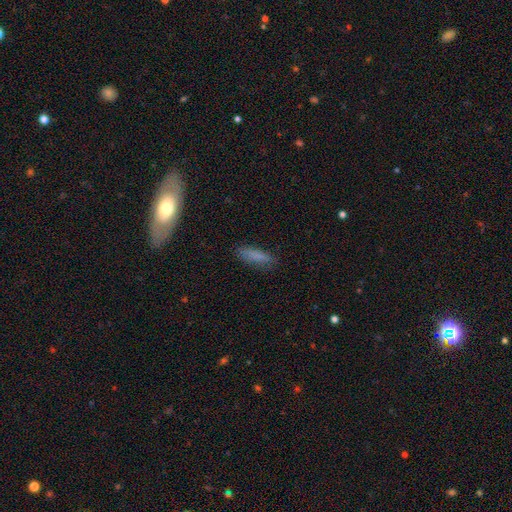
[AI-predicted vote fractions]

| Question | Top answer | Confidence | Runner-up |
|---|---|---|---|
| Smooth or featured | smooth | 80% | featured or disk (11%) |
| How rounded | cigar-shaped | 59% | in between (39%) |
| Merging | none | 79% | minor disturbance (15%) |